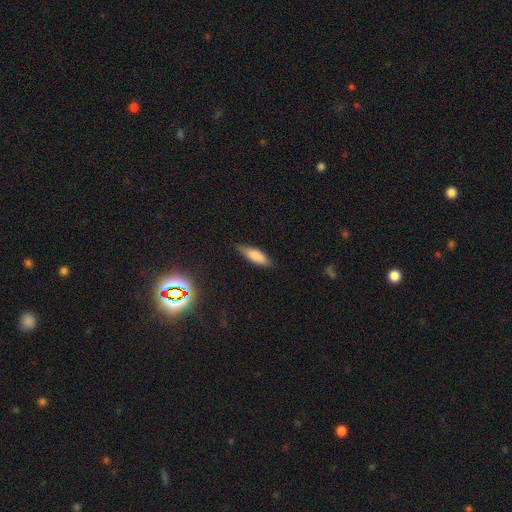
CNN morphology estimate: A smooth galaxy with no disk features (79%) that is in between round and cigar-shaped (55%). Merging: none (79%).